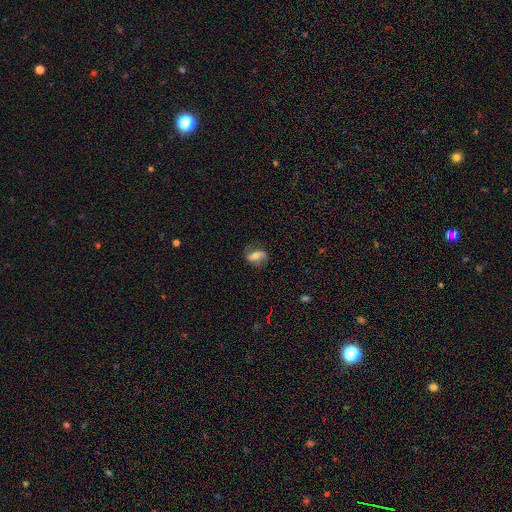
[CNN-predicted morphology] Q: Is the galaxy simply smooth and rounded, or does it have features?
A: smooth — 48%.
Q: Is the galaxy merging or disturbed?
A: none — 73%.